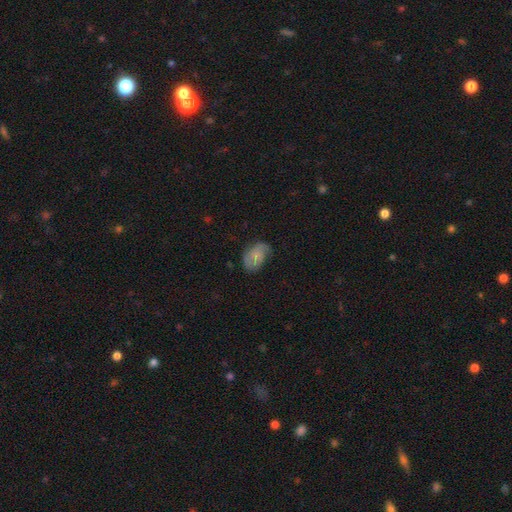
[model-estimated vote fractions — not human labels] Smooth or featured: smooth — 49% (featured or disk — 44%)
Merging: none — 53% (minor disturbance — 31%)